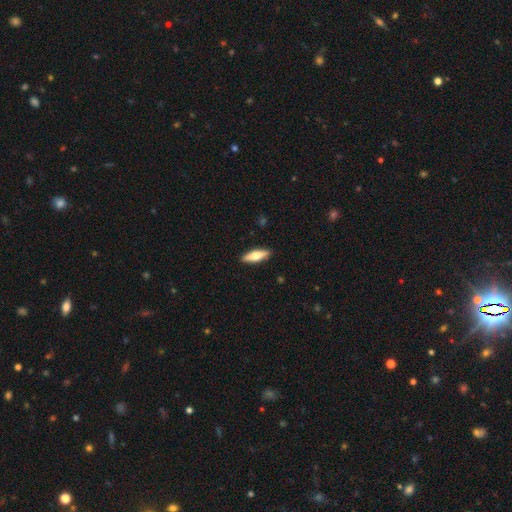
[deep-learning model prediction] Morphology: type=smooth (60%); roundness=cigar-shaped (53%); merging=none (90%).